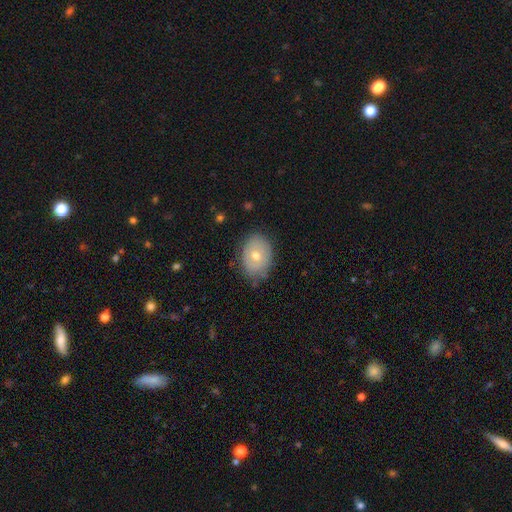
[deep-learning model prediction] This appears to be a smooth galaxy with no disk features (59%) that is in between round and cigar-shaped (71%). Merging: none (78%).